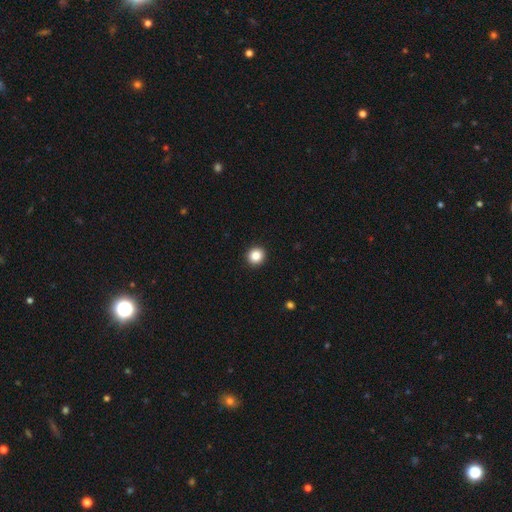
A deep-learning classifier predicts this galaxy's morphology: A smooth galaxy with no disk features (86%) that is round (92%).

Vote fractions:
- Smooth or featured? smooth: 86% / star or artifact: 10% / featured or disk: 4%
- How rounded? round: 92% / in between: 7% / cigar-shaped: 1%
- Merging? none: 93% / minor disturbance: 4% / major disturbance: 1% / merger: 1%